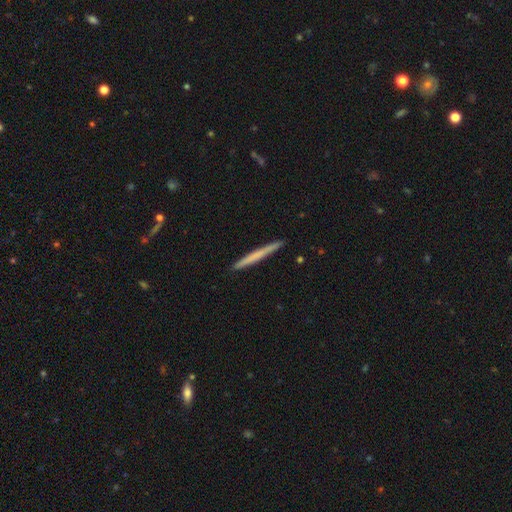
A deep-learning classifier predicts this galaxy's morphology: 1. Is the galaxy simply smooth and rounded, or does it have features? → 57% smooth, 38% featured or disk, 5% star or artifact.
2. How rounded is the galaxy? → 97% cigar-shaped, 2% in between, 1% round.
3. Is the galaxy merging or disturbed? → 92% none, 6% minor disturbance, 1% major disturbance, 1% merger.